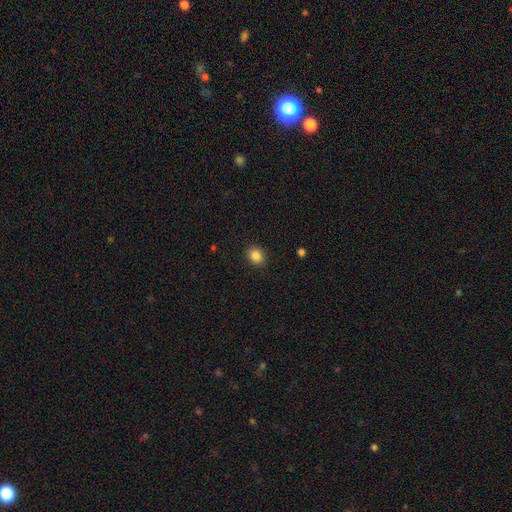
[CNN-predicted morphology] Q: Smooth or featured?
A: smooth (86%); runner-up: star or artifact (10%)
Q: How rounded?
A: round (51%); runner-up: in between (48%)
Q: Merging?
A: none (90%); runner-up: minor disturbance (7%)